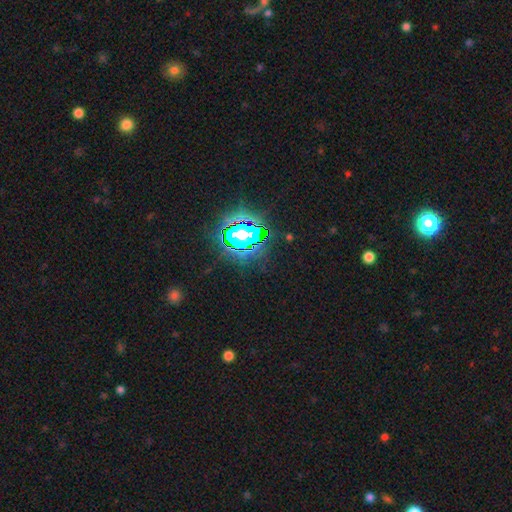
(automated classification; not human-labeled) smooth_or_featured: star or artifact (p=0.84) [alt: smooth p=0.10]